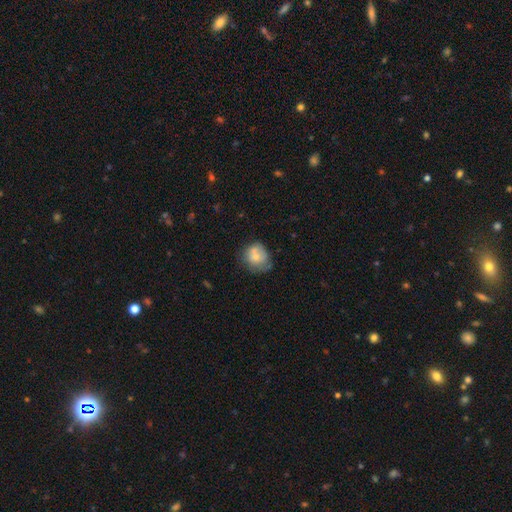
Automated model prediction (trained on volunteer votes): This appears to be a smooth galaxy with no disk features (66%) that is round (68%). Merging: none (42%).